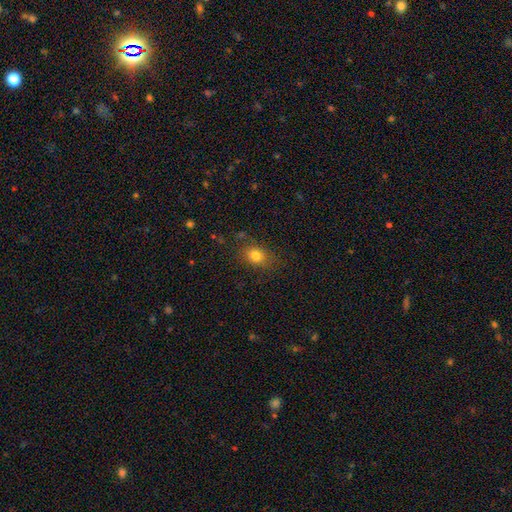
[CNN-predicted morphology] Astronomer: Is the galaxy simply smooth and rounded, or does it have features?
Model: smooth — 79%.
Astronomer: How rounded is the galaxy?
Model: in between — 52% (runner-up: round, 46%).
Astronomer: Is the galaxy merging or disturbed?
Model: none — 78%.